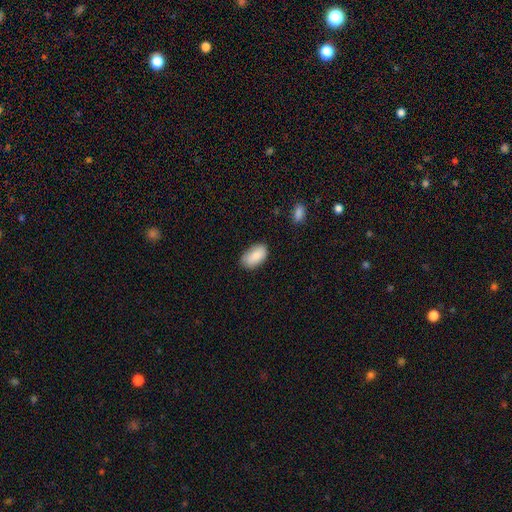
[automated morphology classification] smooth_or_featured: smooth (p=0.87) [alt: featured or disk p=0.07]
how_rounded: in between (p=0.94) [alt: round p=0.04]
merging: none (p=0.78) [alt: minor disturbance p=0.17]